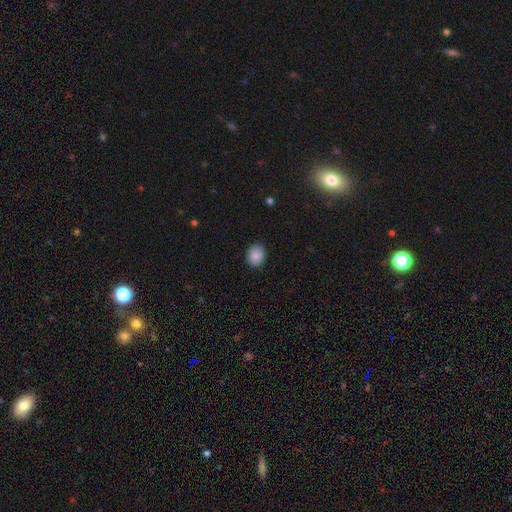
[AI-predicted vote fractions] Smooth or featured: smooth — 89% (star or artifact — 8%)
How rounded: round — 52% (in between — 48%)
Merging: none — 88% (minor disturbance — 9%)